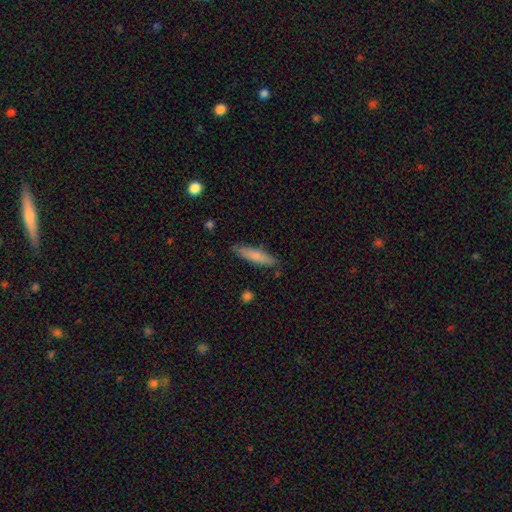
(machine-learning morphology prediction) Smooth or featured: smooth — 77% (featured or disk — 17%)
How rounded: cigar-shaped — 80% (in between — 18%)
Merging: none — 83% (minor disturbance — 12%)